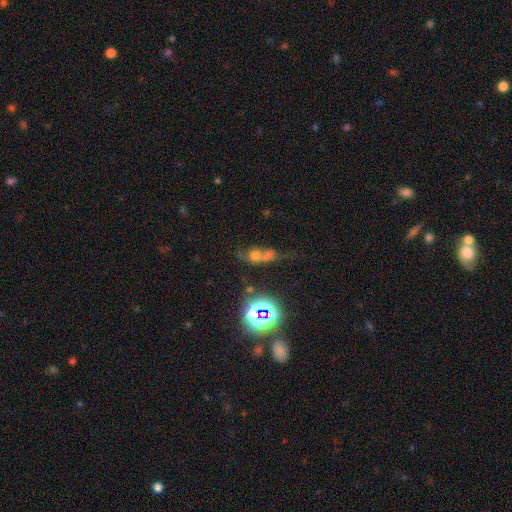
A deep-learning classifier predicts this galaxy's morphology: Q: Smooth or featured?
A: smooth (50%); runner-up: star or artifact (30%)
Q: How rounded?
A: round (54%); runner-up: in between (37%)
Q: Merging?
A: merger (44%); runner-up: none (29%)